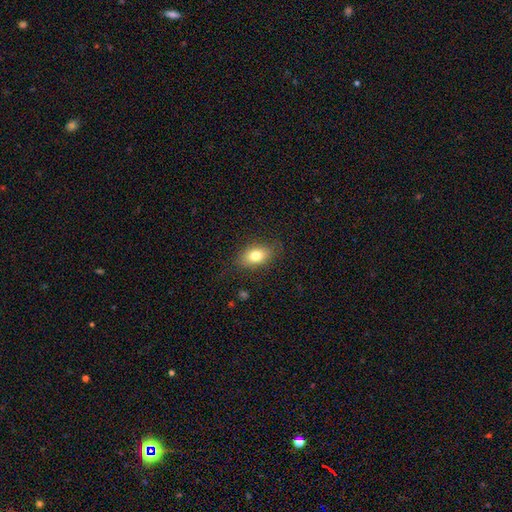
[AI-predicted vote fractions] The model was most divided on "smooth or featured": smooth: 78%, featured or disk: 14%, star or artifact: 8%. More confident: how rounded — in between (86%); merging — none (82%).